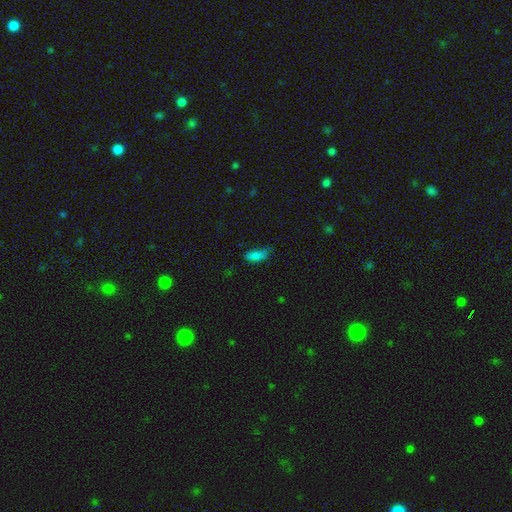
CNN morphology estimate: A smooth galaxy with no disk features (79%) that is in between round and cigar-shaped (79%). Merging: none (40%).